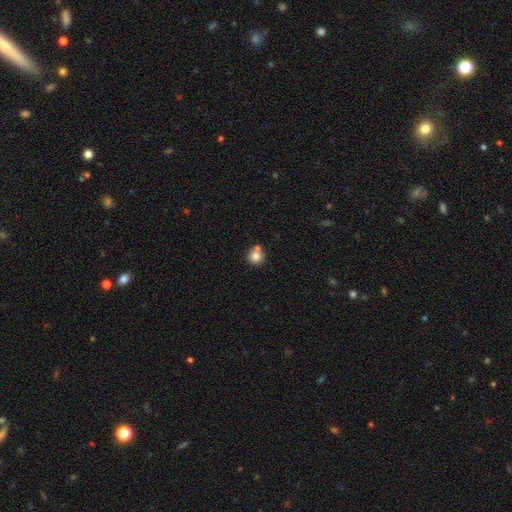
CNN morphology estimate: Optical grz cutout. It shows a smooth galaxy with no disk features (81%) that is round (91%). Merging: none (60%).